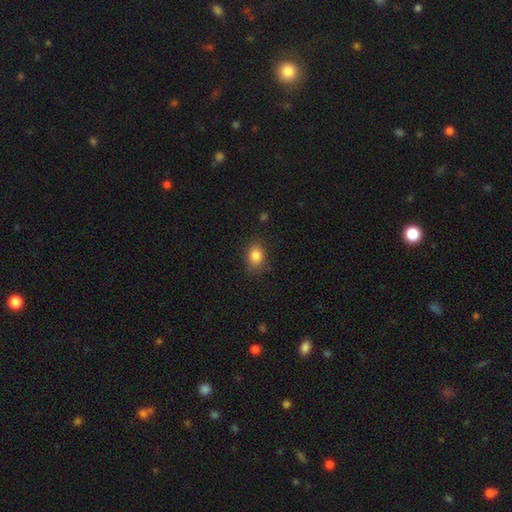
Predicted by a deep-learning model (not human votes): Smooth or featured?
  - smooth: 83% *
  - star or artifact: 10%
  - featured or disk: 6%
How rounded?
  - in between: 61% *
  - round: 38%
  - cigar-shaped: 1%
Merging?
  - none: 80% *
  - minor disturbance: 14%
  - major disturbance: 4%
  - merger: 1%